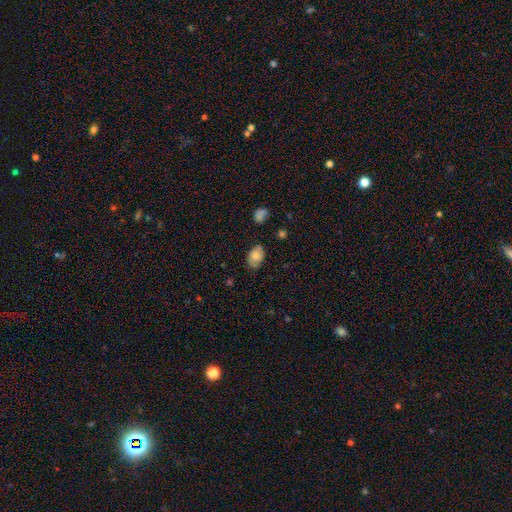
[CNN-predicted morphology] A smooth galaxy with no disk features (75%) that is in between round and cigar-shaped (84%).

Vote fractions:
- Smooth or featured? smooth: 75% / featured or disk: 16% / star or artifact: 8%
- How rounded? in between: 84% / round: 15% / cigar-shaped: 1%
- Merging? none: 70% / minor disturbance: 23% / major disturbance: 5% / merger: 2%